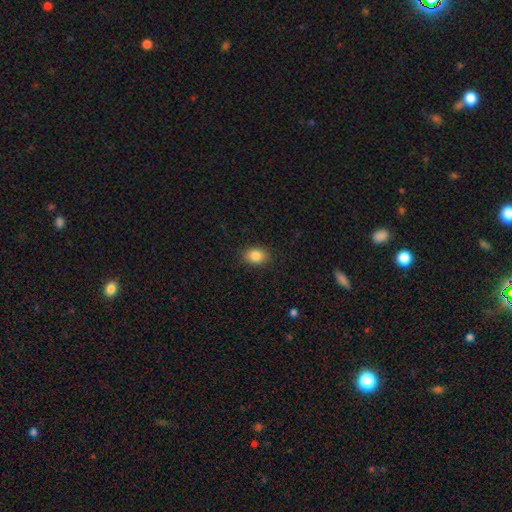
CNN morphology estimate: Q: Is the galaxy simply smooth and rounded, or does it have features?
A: smooth — 86%.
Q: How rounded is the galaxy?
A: in between — 73%.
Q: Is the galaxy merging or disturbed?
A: none — 89%.